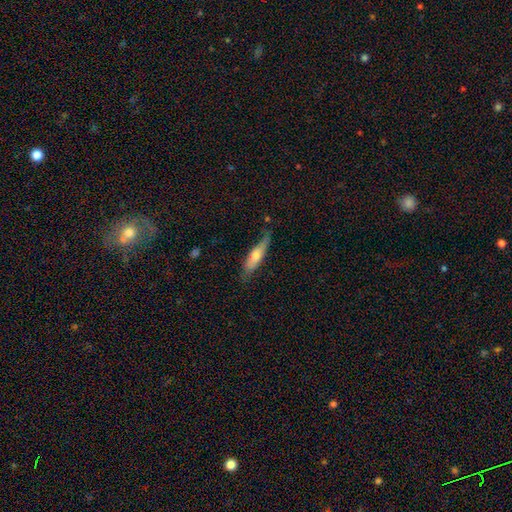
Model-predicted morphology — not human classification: A smooth galaxy with no disk features (61%) that is cigar-shaped (69%).

Vote fractions:
- Smooth or featured? smooth: 61% / featured or disk: 33% / star or artifact: 6%
- How rounded? cigar-shaped: 69% / in between: 29% / round: 2%
- Merging? none: 62% / minor disturbance: 28% / major disturbance: 8% / merger: 3%